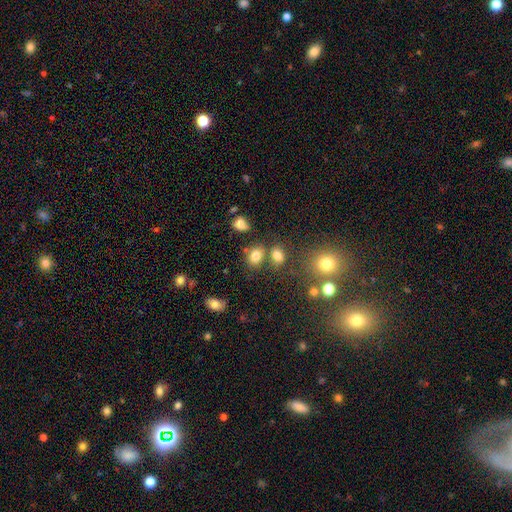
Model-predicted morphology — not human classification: Smooth or featured? Predicted: smooth (p=0.78). How rounded? Predicted: in between (p=0.58). Merging? Predicted: none (p=0.64).